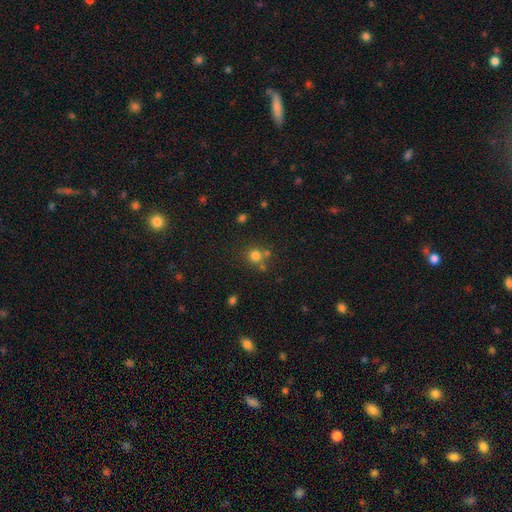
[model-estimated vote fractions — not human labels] smooth-or-featured: smooth: 76% | star or artifact: 15% | featured or disk: 8%
  how-rounded: round: 88% | in between: 11% | cigar-shaped: 1%
  merging: none: 63% | merger: 22% | minor disturbance: 10% | major disturbance: 4%